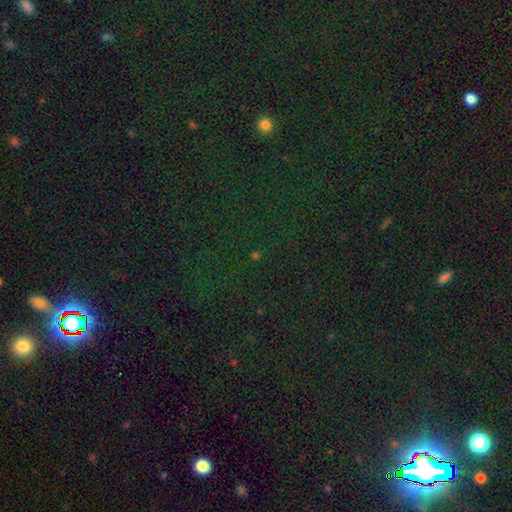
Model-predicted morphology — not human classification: smooth-or-featured: star or artifact: 72% | smooth: 20% | featured or disk: 8%